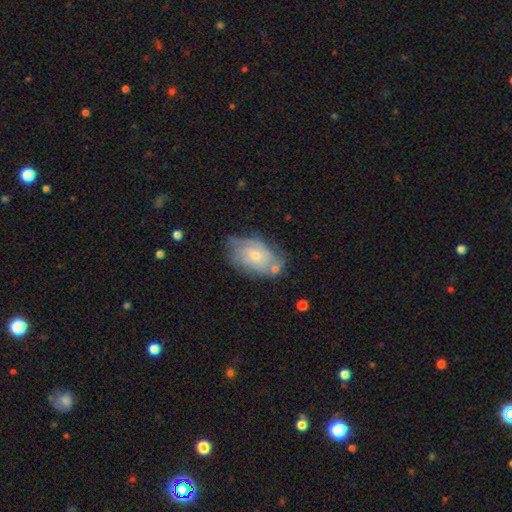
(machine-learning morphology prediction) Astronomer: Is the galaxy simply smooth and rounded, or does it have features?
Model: featured or disk — 56% (runner-up: smooth, 37%).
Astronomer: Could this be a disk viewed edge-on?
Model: no — 95%.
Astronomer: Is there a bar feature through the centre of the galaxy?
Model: no — 75%.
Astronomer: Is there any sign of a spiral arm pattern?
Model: yes — 75%.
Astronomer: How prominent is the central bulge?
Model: small — 57% (runner-up: moderate, 38%).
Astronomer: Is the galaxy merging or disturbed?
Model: none — 53% (runner-up: minor disturbance, 29%).